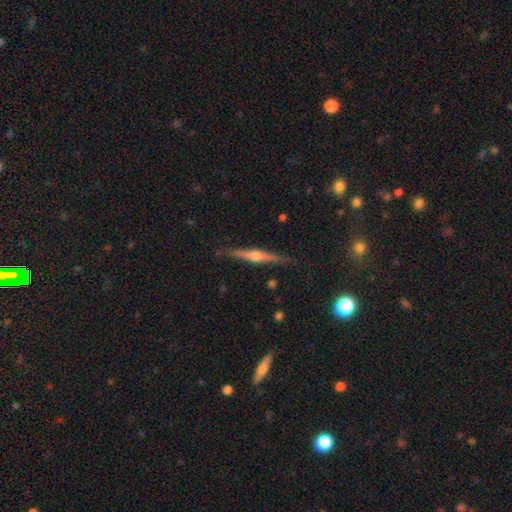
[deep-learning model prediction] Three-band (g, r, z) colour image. It shows a featured or disk galaxy (76%) viewed edge-on (98%) with a rounded central bulge (93%). Merging: none (87%).